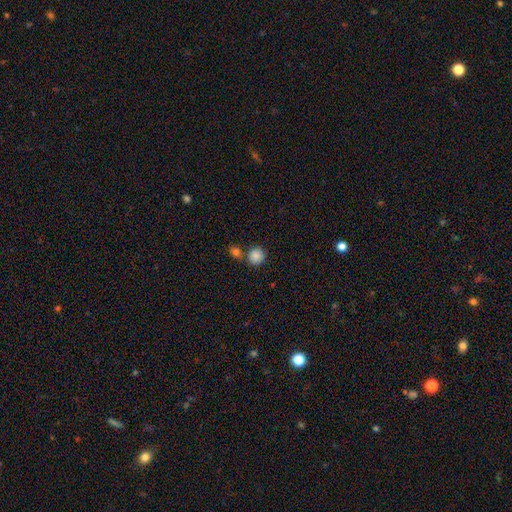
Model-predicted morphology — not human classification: Overall: smooth (87%). How rounded: round (91%). Merging: none (69%).